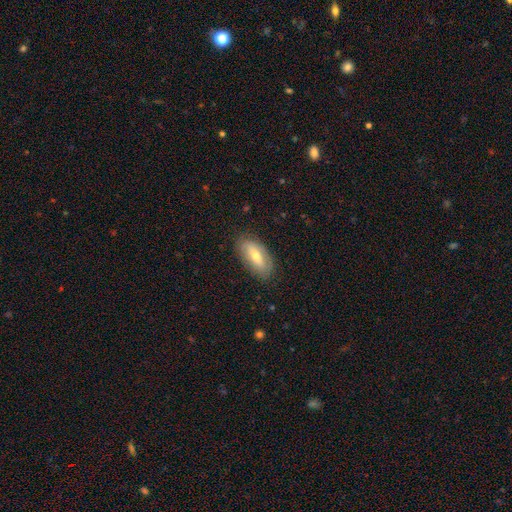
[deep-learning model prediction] Smooth or featured?
  - smooth: 59% *
  - featured or disk: 34%
  - star or artifact: 7%
How rounded?
  - in between: 84% *
  - cigar-shaped: 13%
  - round: 3%
Merging?
  - none: 83% *
  - minor disturbance: 13%
  - major disturbance: 3%
  - merger: 1%